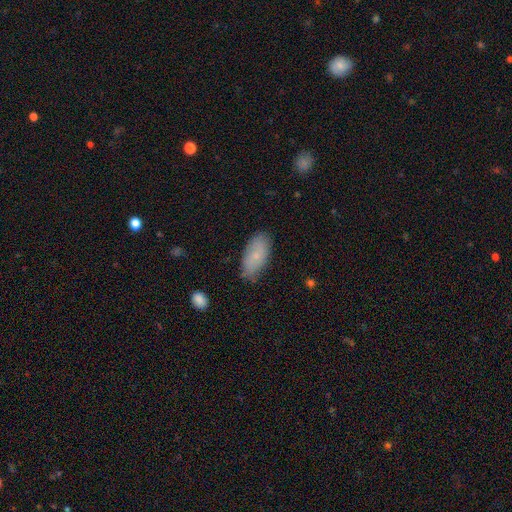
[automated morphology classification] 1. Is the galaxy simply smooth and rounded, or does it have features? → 74% smooth, 19% featured or disk, 7% star or artifact.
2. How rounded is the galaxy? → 92% in between, 5% cigar-shaped, 3% round.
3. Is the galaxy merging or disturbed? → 76% none, 19% minor disturbance, 4% major disturbance, 1% merger.